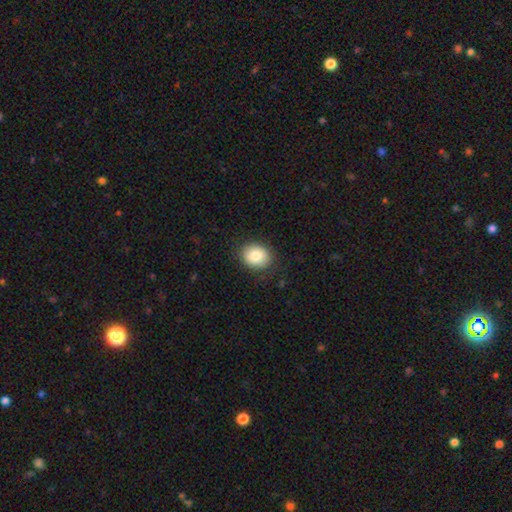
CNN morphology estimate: A smooth galaxy with no disk features (83%) that is round (55%).

Vote fractions:
- Smooth or featured? smooth: 83% / featured or disk: 9% / star or artifact: 8%
- How rounded? round: 55% / in between: 45% / cigar-shaped: 1%
- Merging? none: 85% / minor disturbance: 11% / major disturbance: 3% / merger: 1%